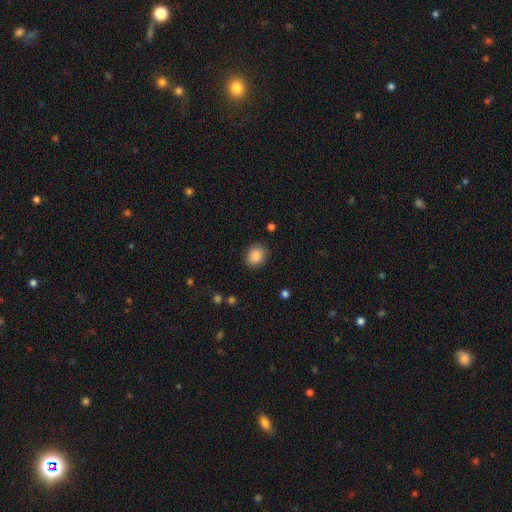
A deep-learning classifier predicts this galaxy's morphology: Smooth or featured?
  - smooth: 88% *
  - star or artifact: 8%
  - featured or disk: 4%
How rounded?
  - round: 53% *
  - in between: 46%
  - cigar-shaped: 1%
Merging?
  - none: 86% *
  - minor disturbance: 10%
  - major disturbance: 3%
  - merger: 1%